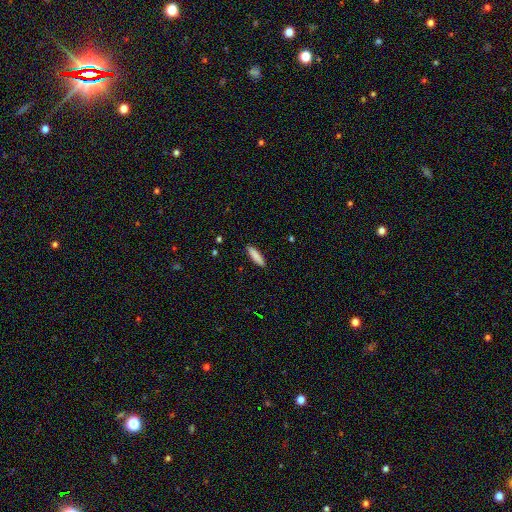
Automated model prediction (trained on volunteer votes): smooth-or-featured: smooth: 86% | featured or disk: 8% | star or artifact: 6%
  how-rounded: cigar-shaped: 76% | in between: 22% | round: 1%
  merging: none: 90% | minor disturbance: 8% | major disturbance: 2% | merger: 1%